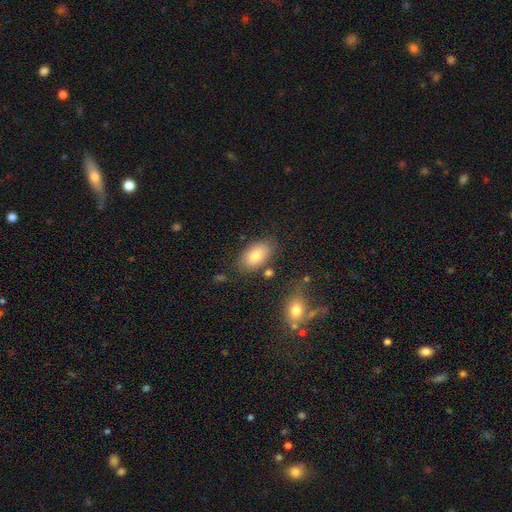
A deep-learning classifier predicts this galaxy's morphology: smooth_or_featured: smooth (p=0.79) [alt: featured or disk p=0.14]
how_rounded: in between (p=0.93) [alt: round p=0.06]
merging: none (p=0.76) [alt: minor disturbance p=0.15]